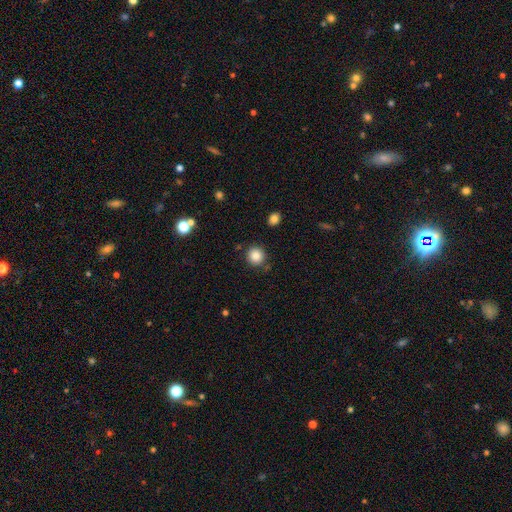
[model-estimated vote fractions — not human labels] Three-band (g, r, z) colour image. It shows a smooth galaxy with no disk features (86%) that is round (92%). Merging: none (86%).